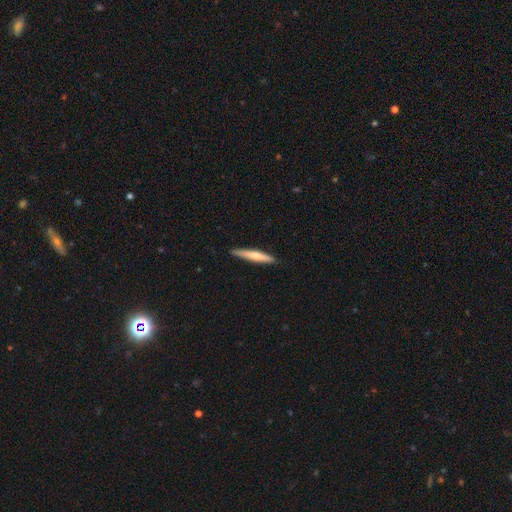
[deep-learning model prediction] Smooth or featured? smooth (61%)
How rounded? cigar-shaped (93%)
Merging? none (89%)